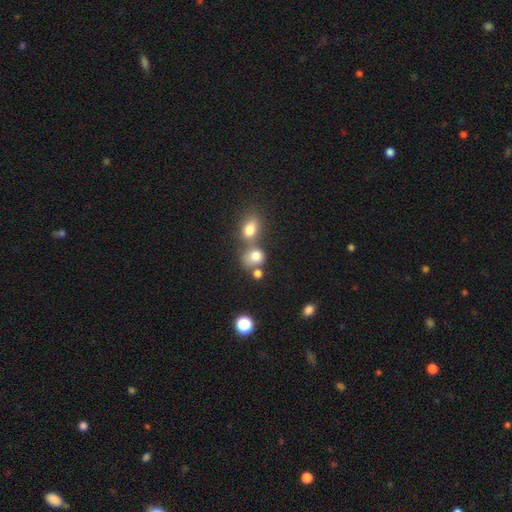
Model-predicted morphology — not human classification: type=smooth (76%); roundness=round (60%); merging=merger (45%).